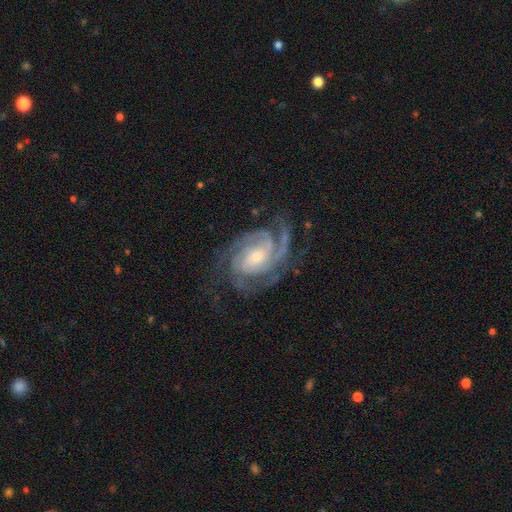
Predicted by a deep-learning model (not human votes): Smooth or featured?
  - featured or disk: 92% *
  - star or artifact: 4%
  - smooth: 4%
Edge-on disk?
  - no: 98% *
  - yes: 2%
Bar?
  - no: 58% *
  - weak: 31%
  - strong: 11%
Spiral arms?
  - yes: 98% *
  - no: 2%
Spiral winding?
  - tight: 58% *
  - medium: 36%
  - loose: 6%
Spiral arm count?
  - 3: 40% *
  - 2: 24%
  - 4: 13%
  - can't tell: 12%
  - 1: 6%
  - more than 4: 6%
Bulge size?
  - small: 57% *
  - moderate: 35%
  - large: 4%
  - none: 2%
  - dominant: 1%
Merging?
  - none: 71% *
  - minor disturbance: 17%
  - major disturbance: 11%
  - merger: 1%